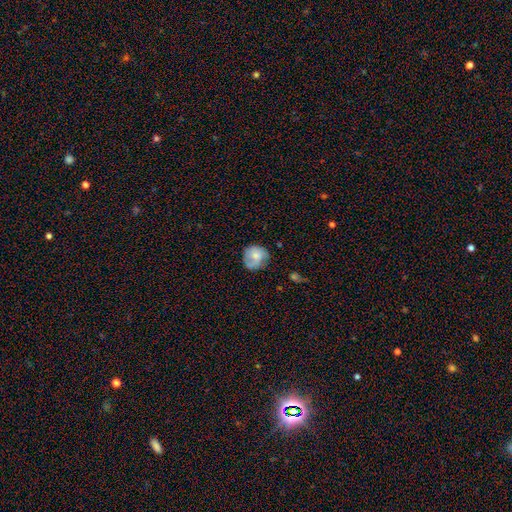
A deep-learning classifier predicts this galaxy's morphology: This is likely a smooth galaxy (65%). How rounded: clearly round (80%). Merging: possibly none (55%).